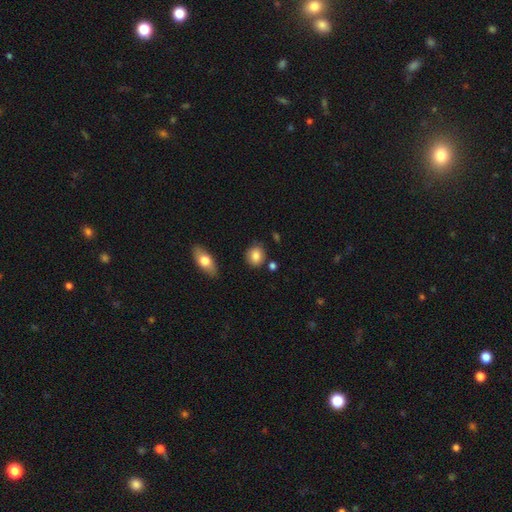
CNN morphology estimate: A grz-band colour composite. It shows a smooth galaxy with no disk features (84%) that is round (58%). Merging: none (81%).